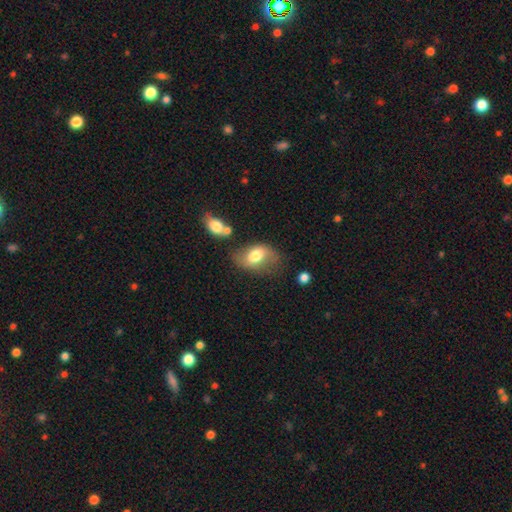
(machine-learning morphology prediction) smooth_or_featured: smooth (p=0.62) [alt: featured or disk p=0.31]
how_rounded: in between (p=0.87) [alt: round p=0.11]
merging: none (p=0.53) [alt: minor disturbance p=0.26]